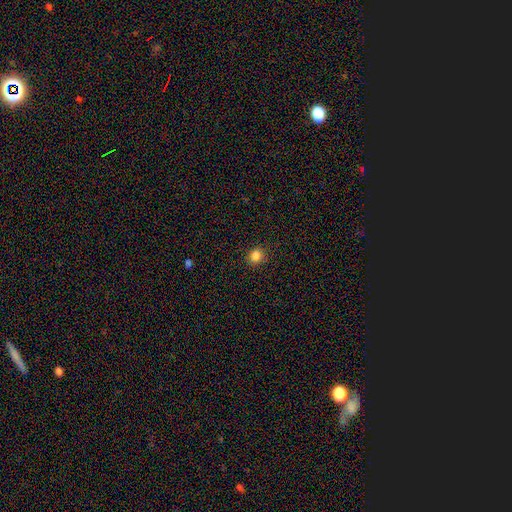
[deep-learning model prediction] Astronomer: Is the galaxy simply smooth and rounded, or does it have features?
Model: smooth — 84%.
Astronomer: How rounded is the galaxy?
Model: round — 75%.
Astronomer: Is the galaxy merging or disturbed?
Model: none — 88%.